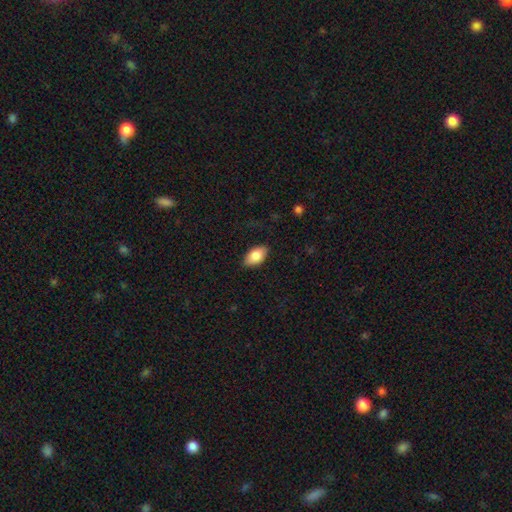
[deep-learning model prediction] The model was most divided on "smooth or featured": smooth: 84%, featured or disk: 10%, star or artifact: 7%. More confident: how rounded — in between (94%); merging — none (86%).